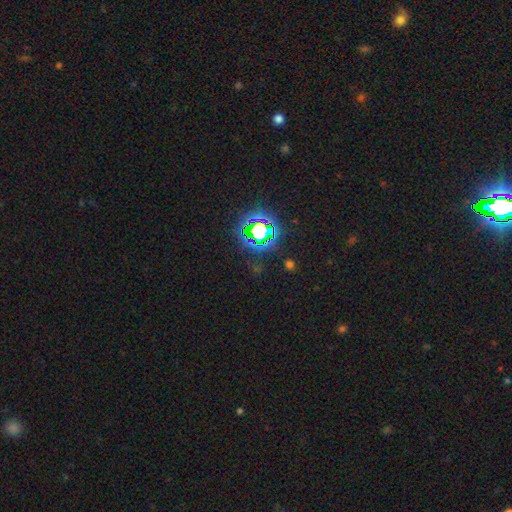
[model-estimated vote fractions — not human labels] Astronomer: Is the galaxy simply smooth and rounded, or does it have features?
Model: star or artifact — 82%.